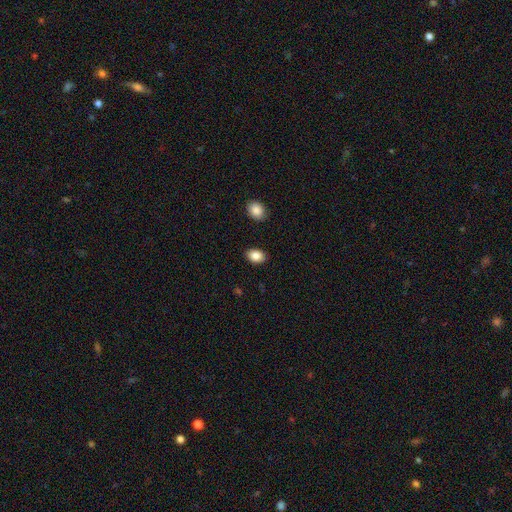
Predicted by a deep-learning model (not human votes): Morphology: type=smooth (86%); roundness=in between (79%); merging=none (88%).